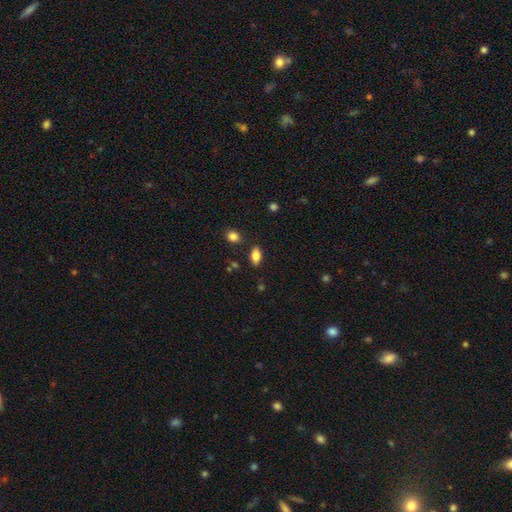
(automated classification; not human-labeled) Smooth or featured? Predicted: smooth (p=0.82). How rounded? Predicted: in between (p=0.89). Merging? Predicted: none (p=0.83).